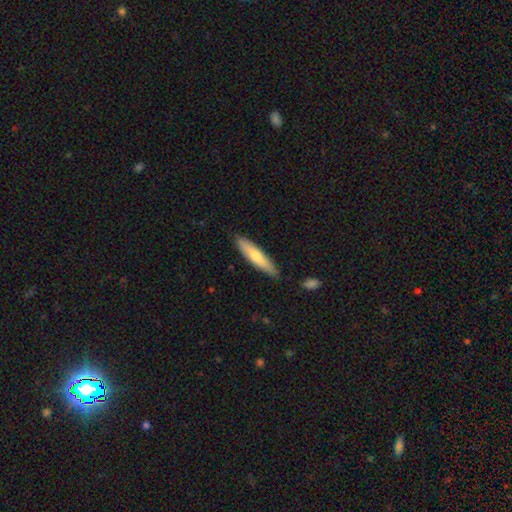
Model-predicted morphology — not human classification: smooth-or-featured: smooth: 60% | featured or disk: 34% | star or artifact: 6%
  how-rounded: cigar-shaped: 86% | in between: 13% | round: 1%
  merging: none: 88% | minor disturbance: 9% | merger: 2% | major disturbance: 2%